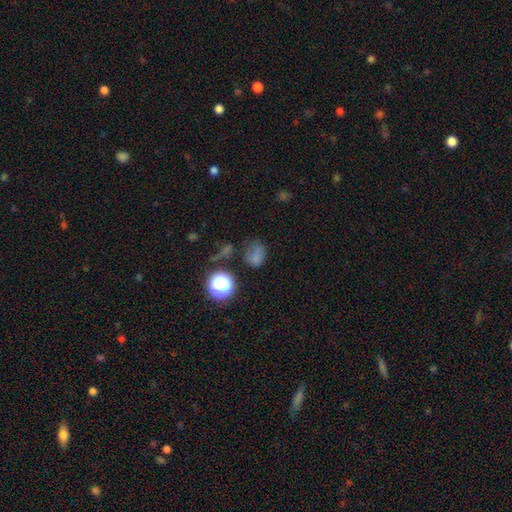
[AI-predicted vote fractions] smooth_or_featured: smooth (p=0.66) [alt: star or artifact p=0.23]
how_rounded: in between (p=0.51) [alt: round p=0.48]
merging: none (p=0.50) [alt: minor disturbance p=0.24]